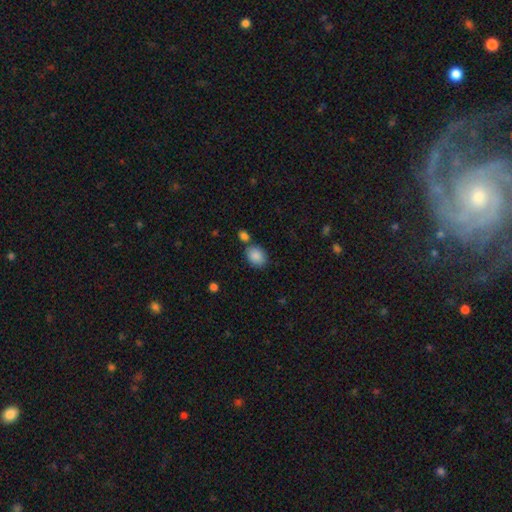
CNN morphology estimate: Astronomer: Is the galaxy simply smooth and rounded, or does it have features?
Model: smooth — 88%.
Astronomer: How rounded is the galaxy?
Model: in between — 73%.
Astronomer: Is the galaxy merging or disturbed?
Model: none — 67%.